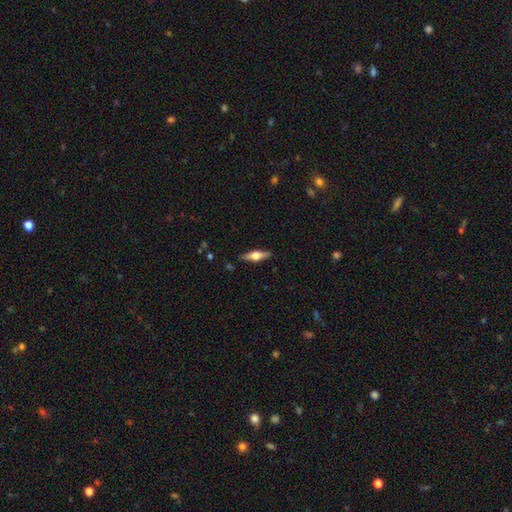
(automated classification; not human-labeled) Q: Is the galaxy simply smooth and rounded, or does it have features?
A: featured or disk — 61%.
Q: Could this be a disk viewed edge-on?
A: yes — 95%.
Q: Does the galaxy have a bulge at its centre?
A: rounded — 94%.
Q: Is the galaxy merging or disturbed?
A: none — 88%.